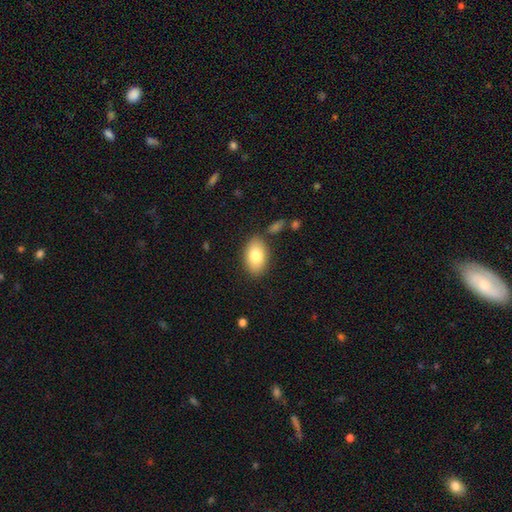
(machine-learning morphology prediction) This appears to be a smooth galaxy with no disk features (80%) that is in between round and cigar-shaped (90%). Merging: none (82%).